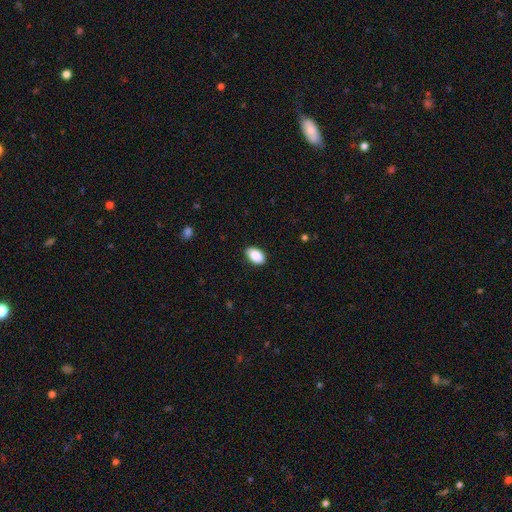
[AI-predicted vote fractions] Smooth or featured?
  - smooth: 89% *
  - star or artifact: 7%
  - featured or disk: 4%
How rounded?
  - in between: 93% *
  - round: 5%
  - cigar-shaped: 2%
Merging?
  - none: 85% *
  - minor disturbance: 12%
  - major disturbance: 2%
  - merger: 1%